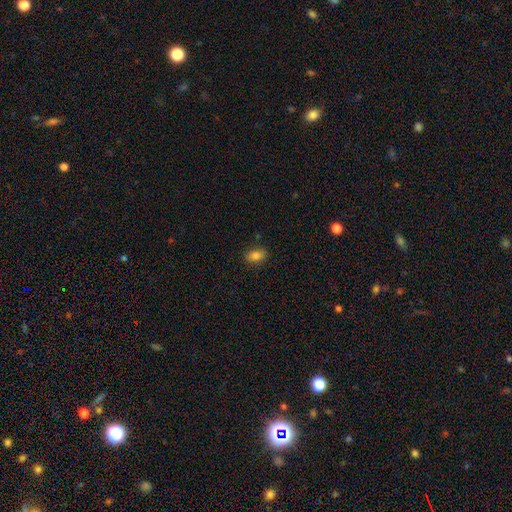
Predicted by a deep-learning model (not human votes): The model was most divided on "smooth or featured": smooth: 82%, star or artifact: 10%, featured or disk: 8%. More confident: how rounded — in between (87%); merging — none (85%).